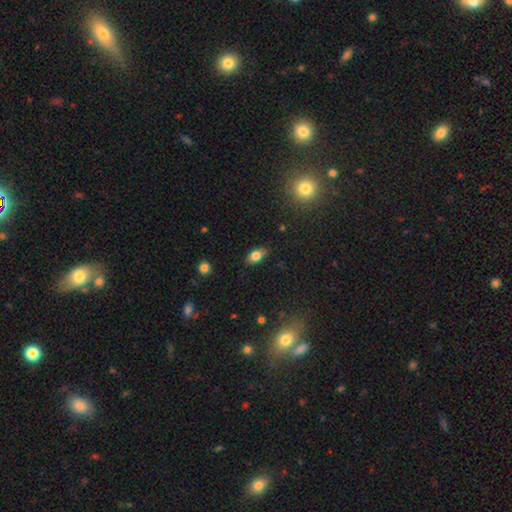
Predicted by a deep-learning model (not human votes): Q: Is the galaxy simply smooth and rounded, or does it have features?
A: smooth — 77%.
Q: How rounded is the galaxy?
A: in between — 87%.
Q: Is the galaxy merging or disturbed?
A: none — 82%.